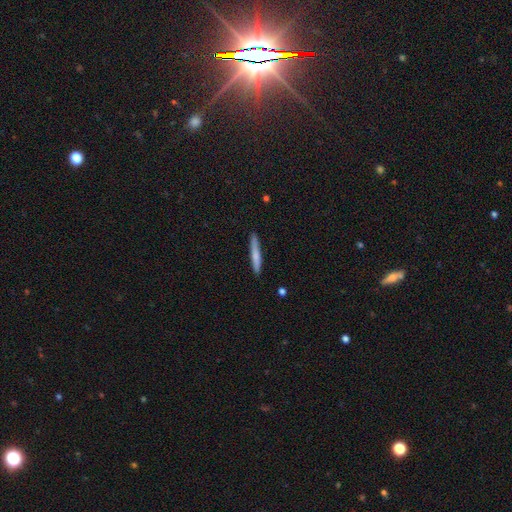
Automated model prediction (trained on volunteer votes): This appears to be a smooth galaxy with no disk features (68%) that is cigar-shaped (94%). Merging: none (89%).